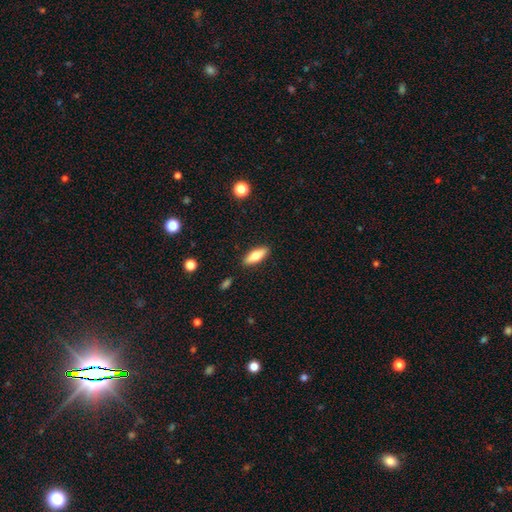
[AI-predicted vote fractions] Q: Smooth or featured?
A: smooth (66%); runner-up: featured or disk (27%)
Q: How rounded?
A: in between (64%); runner-up: cigar-shaped (33%)
Q: Merging?
A: none (89%); runner-up: minor disturbance (8%)